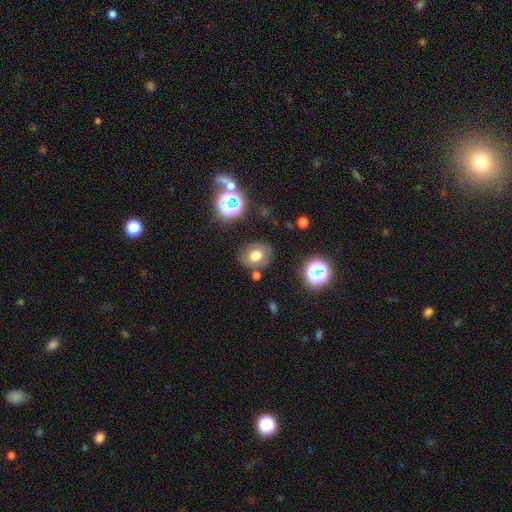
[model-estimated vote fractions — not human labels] Smooth or featured? smooth (71%)
How rounded? round (59%)
Merging? none (79%)